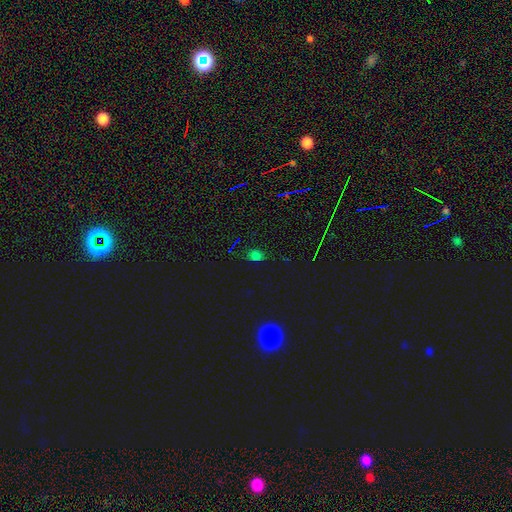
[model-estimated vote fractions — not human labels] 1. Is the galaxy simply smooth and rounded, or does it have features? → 56% smooth, 38% star or artifact, 6% featured or disk.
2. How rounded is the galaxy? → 57% in between, 40% round, 3% cigar-shaped.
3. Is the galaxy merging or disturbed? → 76% none, 17% minor disturbance, 5% major disturbance, 3% merger.